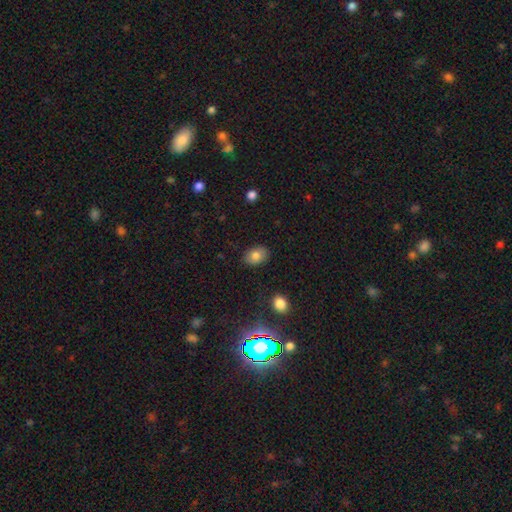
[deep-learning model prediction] This appears to be a smooth galaxy with no disk features (80%) that is in between round and cigar-shaped (77%). Merging: none (86%).